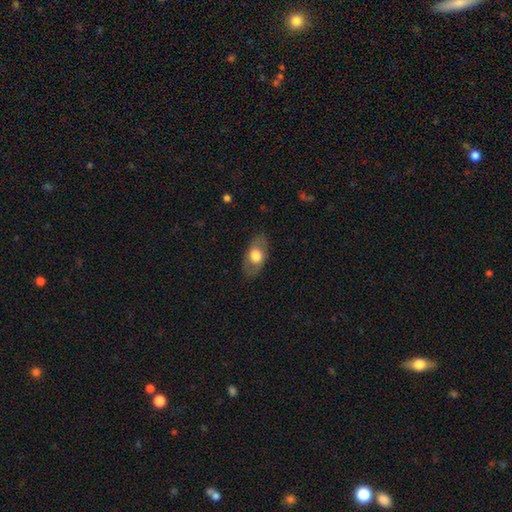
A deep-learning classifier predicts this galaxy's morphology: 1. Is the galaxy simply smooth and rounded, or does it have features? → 56% smooth, 38% featured or disk, 6% star or artifact.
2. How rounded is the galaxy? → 88% in between, 9% round, 3% cigar-shaped.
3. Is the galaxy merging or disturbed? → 81% none, 13% minor disturbance, 5% major disturbance, 1% merger.